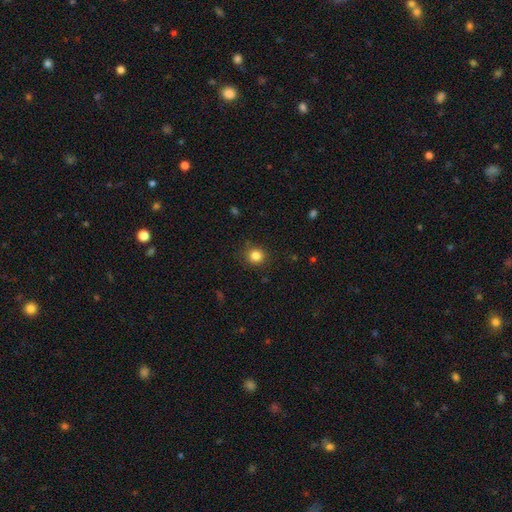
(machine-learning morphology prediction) Q: Smooth or featured?
A: smooth (83%); runner-up: star or artifact (12%)
Q: How rounded?
A: round (90%); runner-up: in between (9%)
Q: Merging?
A: none (87%); runner-up: minor disturbance (9%)